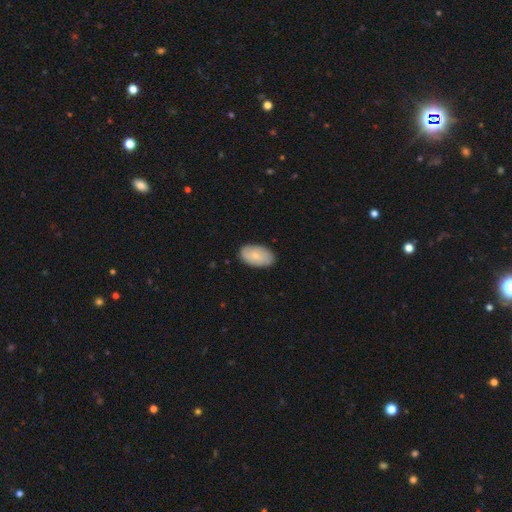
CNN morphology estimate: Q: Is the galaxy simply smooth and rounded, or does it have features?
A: smooth — 67%.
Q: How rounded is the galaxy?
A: in between — 94%.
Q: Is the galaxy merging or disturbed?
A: none — 83%.